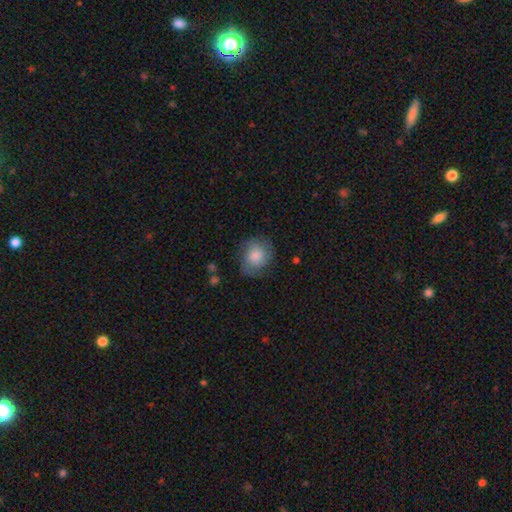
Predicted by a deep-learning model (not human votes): smooth 74%, featured or disk 19%, star or artifact 7%. Down the decision tree: how rounded — round (69%); merging — none (68%).